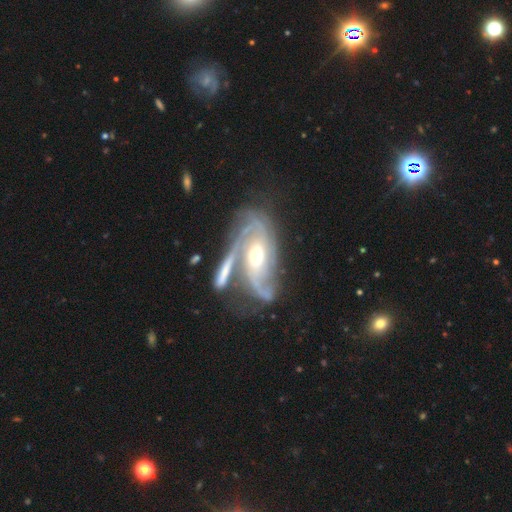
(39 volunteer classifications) smooth-or-featured: featured or disk: 90% | star or artifact: 8% | smooth: 3%
  disk-edge-on: no: 97% | yes: 3%
    bar: no: 47% | weak: 35% | strong: 18%
    has-spiral-arms: yes: 91% | no: 9%
      spiral-winding: medium: 48% | loose: 39% | tight: 13%
      spiral-arm-count: 2: 58% | 3: 16% | can't tell: 16% | more than 4: 6% | 1: 3% | 4: 0%
    bulge-size: moderate: 56% | large: 21% | small: 21% | none: 3% | dominant: 0%
  merging: major disturbance: 47% | merger: 31% | none: 14% | minor disturbance: 8%